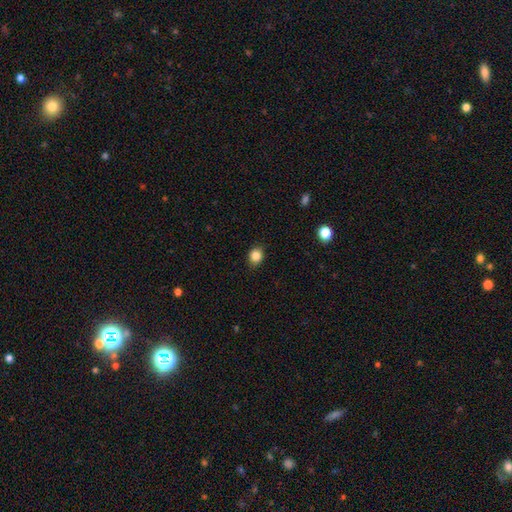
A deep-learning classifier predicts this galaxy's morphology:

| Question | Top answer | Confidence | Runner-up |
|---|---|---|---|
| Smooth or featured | smooth | 85% | star or artifact (11%) |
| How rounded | round | 65% | in between (34%) |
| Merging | none | 88% | minor disturbance (9%) |